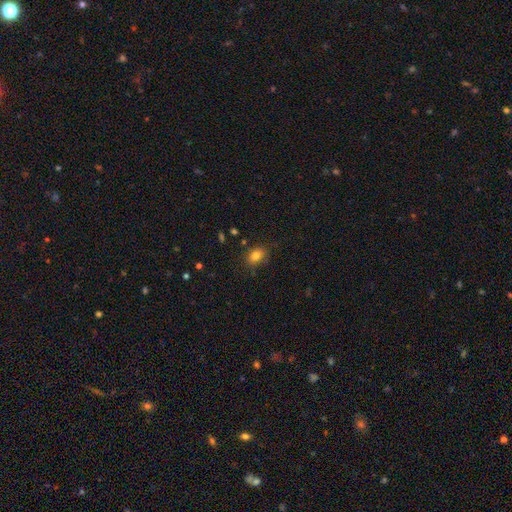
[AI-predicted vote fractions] The model was most divided on "how rounded": in between: 67%, round: 32%, cigar-shaped: 1%. More confident: smooth or featured — smooth (82%); merging — none (79%).